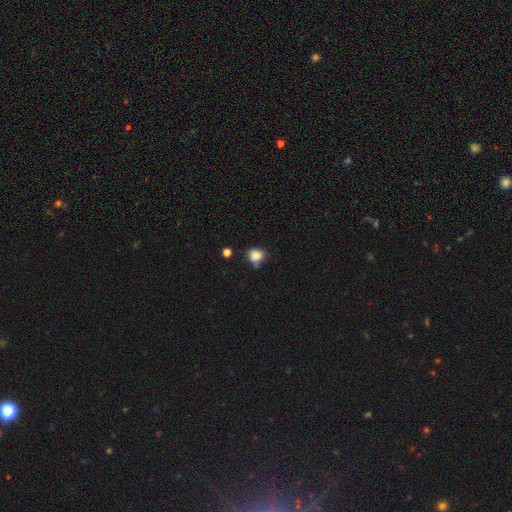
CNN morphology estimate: Smooth or featured?
  - smooth: 84% *
  - star or artifact: 11%
  - featured or disk: 5%
How rounded?
  - round: 69% *
  - in between: 30%
  - cigar-shaped: 1%
Merging?
  - none: 57% *
  - minor disturbance: 28%
  - merger: 8%
  - major disturbance: 7%